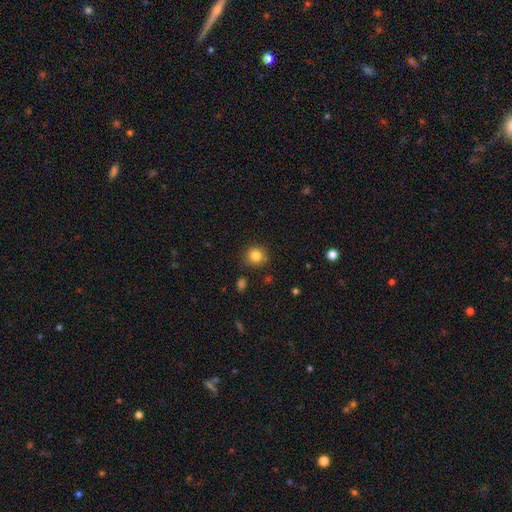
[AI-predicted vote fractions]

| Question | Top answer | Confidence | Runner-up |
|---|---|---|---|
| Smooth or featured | smooth | 83% | star or artifact (11%) |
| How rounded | round | 89% | in between (10%) |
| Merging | none | 85% | minor disturbance (11%) |